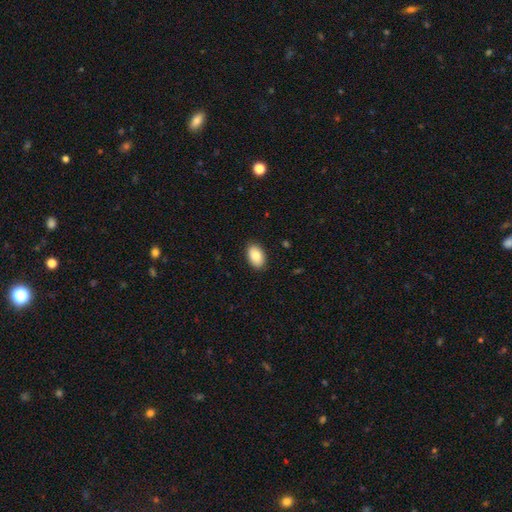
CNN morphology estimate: smooth-or-featured: smooth: 87% | featured or disk: 7% | star or artifact: 7%
  how-rounded: in between: 92% | round: 7% | cigar-shaped: 1%
  merging: none: 89% | minor disturbance: 9% | major disturbance: 2% | merger: 1%